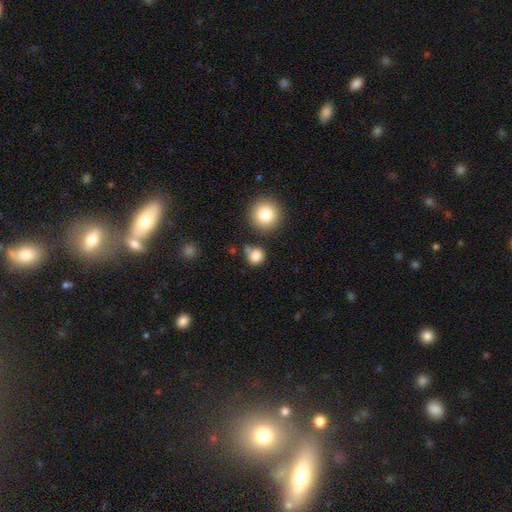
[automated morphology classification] Smooth or featured: smooth — 83% (star or artifact — 11%)
How rounded: round — 85% (in between — 14%)
Merging: none — 64% (minor disturbance — 15%)